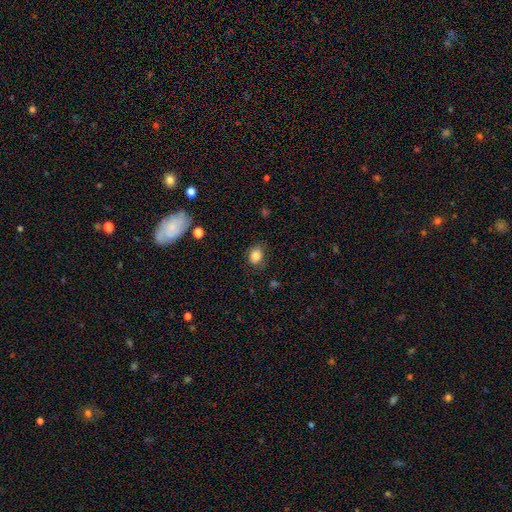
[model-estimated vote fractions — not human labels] This appears to be a smooth galaxy with no disk features (85%) that is in between round and cigar-shaped (56%). Merging: none (75%).